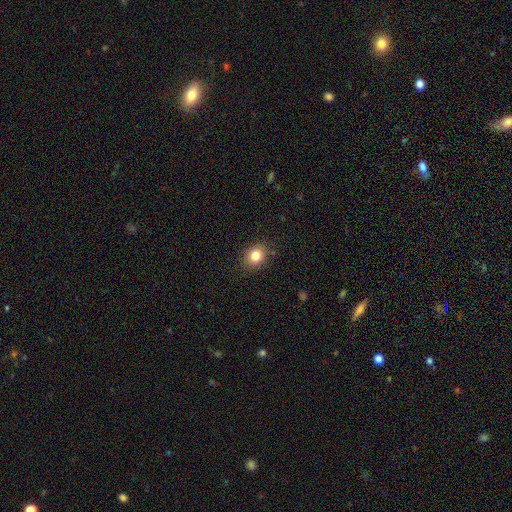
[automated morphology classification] Overall: smooth (82%). How rounded: round (56%; in between 43%). Merging: none (87%).